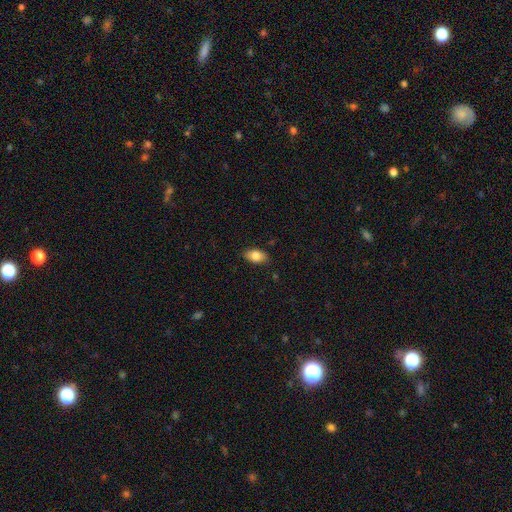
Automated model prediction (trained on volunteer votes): Smooth or featured? smooth (82%)
How rounded? in between (90%)
Merging? none (84%)